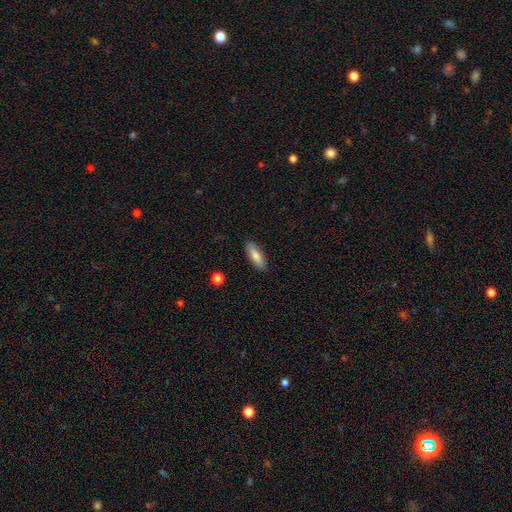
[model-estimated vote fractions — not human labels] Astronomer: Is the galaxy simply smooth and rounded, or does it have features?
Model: smooth — 81%.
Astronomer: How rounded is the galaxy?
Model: in between — 62%.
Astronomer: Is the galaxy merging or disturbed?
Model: none — 88%.